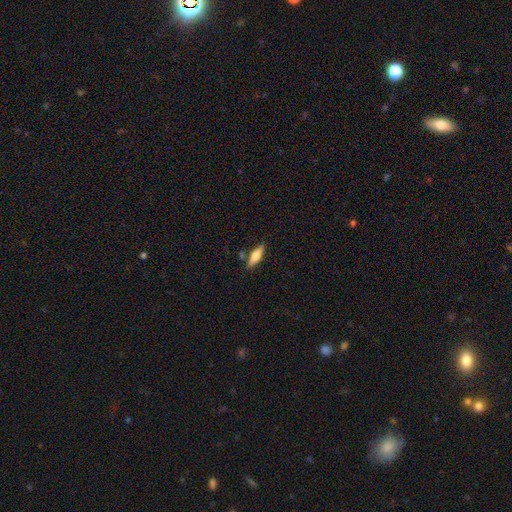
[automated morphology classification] Smooth or featured? Predicted: smooth (p=0.56). How rounded? Predicted: cigar-shaped (p=0.52). Merging? Predicted: none (p=0.79).